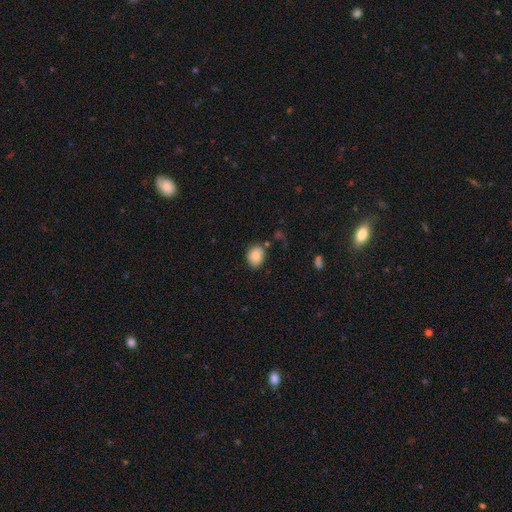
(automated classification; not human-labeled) smooth 86%, star or artifact 8%, featured or disk 6%. Down the decision tree: how rounded — in between (57%); merging — none (80%).